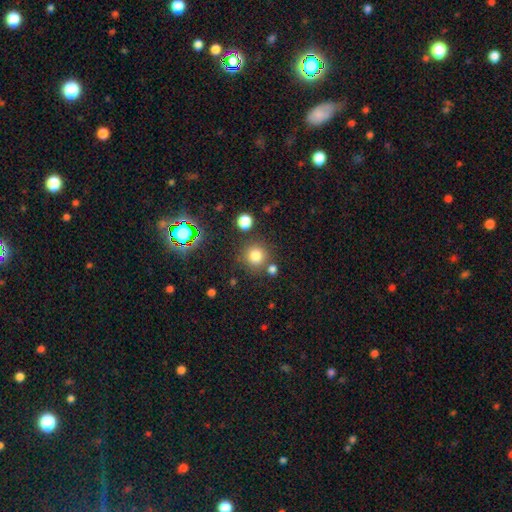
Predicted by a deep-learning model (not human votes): Smooth or featured? smooth (77%)
How rounded? round (93%)
Merging? none (78%)